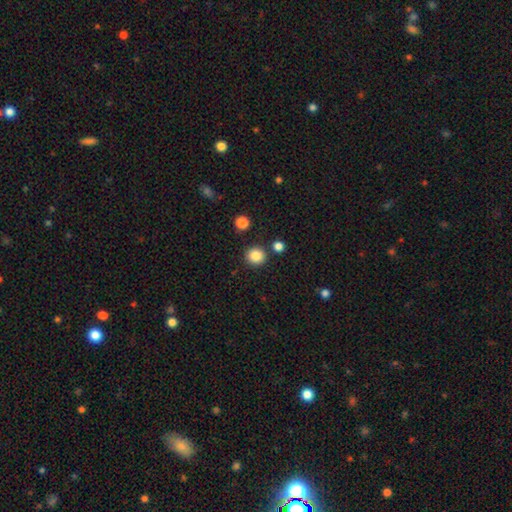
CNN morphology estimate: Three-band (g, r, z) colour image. It shows a smooth galaxy with no disk features (85%) that is round (91%). Merging: none (88%).